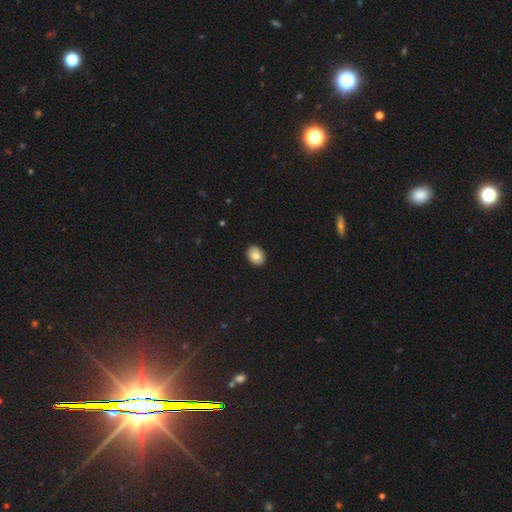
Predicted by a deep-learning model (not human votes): smooth-or-featured: smooth: 81% | featured or disk: 11% | star or artifact: 8%
  how-rounded: in between: 66% | round: 33% | cigar-shaped: 1%
  merging: none: 91% | minor disturbance: 7% | major disturbance: 2% | merger: 1%